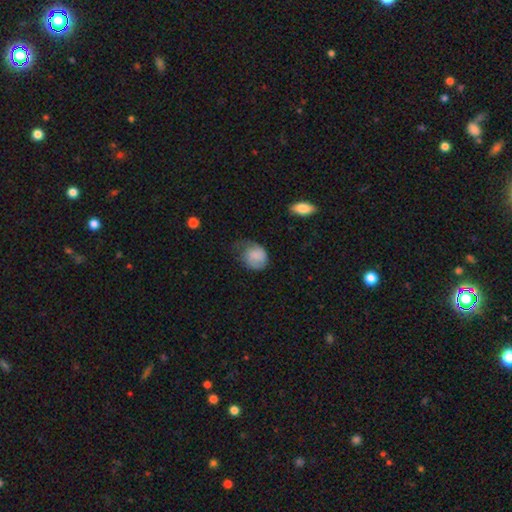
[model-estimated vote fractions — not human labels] Q: Smooth or featured?
A: smooth (75%); runner-up: featured or disk (18%)
Q: How rounded?
A: round (62%); runner-up: in between (37%)
Q: Merging?
A: minor disturbance (38%); runner-up: none (33%)